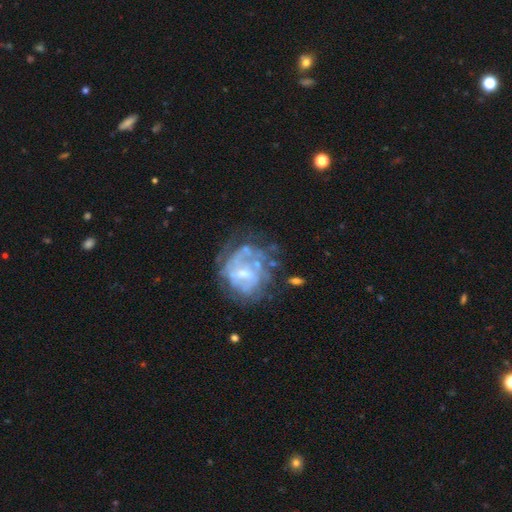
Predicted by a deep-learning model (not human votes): This appears to be a featured or disk galaxy (73%) with a weak bar (46%), spiral arms (54%) and a small central bulge (44%). Merging: none (47%).